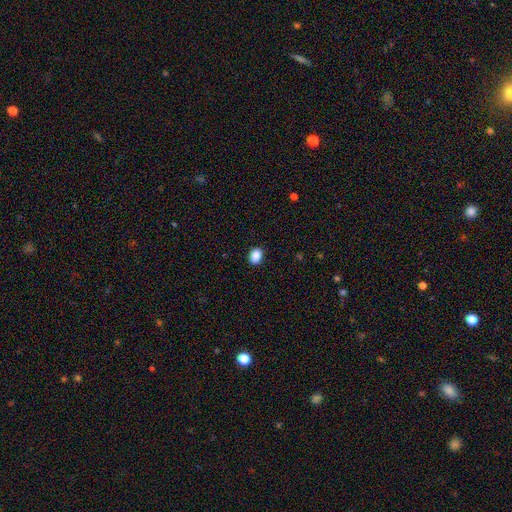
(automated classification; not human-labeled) A smooth galaxy with no disk features (88%) that is in between round and cigar-shaped (68%). Merging: none (89%).